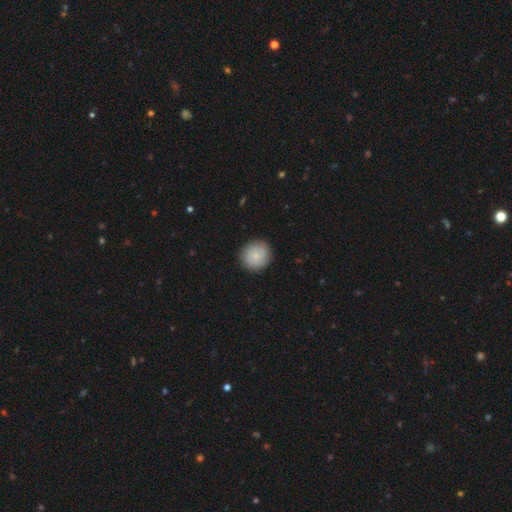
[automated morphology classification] Smooth or featured? Predicted: smooth (p=0.77). How rounded? Predicted: round (p=0.92). Merging? Predicted: none (p=0.89).